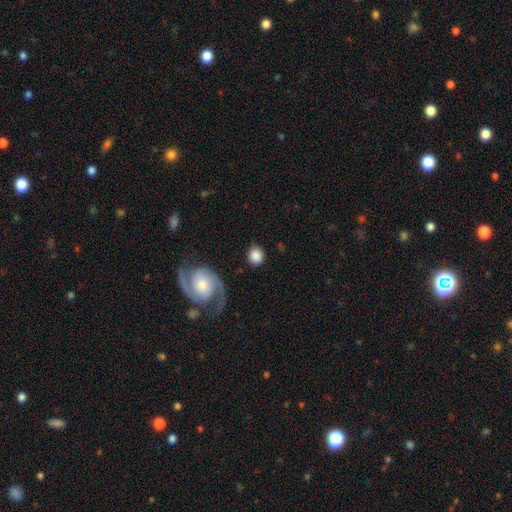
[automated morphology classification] Overall: smooth (78%). How rounded: round (81%). Merging: none (78%).